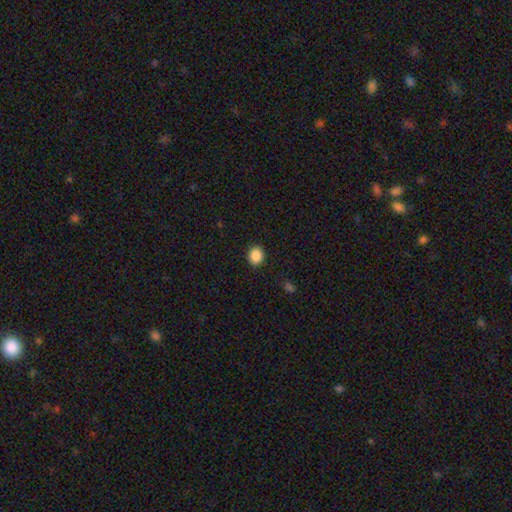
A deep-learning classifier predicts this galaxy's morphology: Overall: smooth (88%). How rounded: round (67%; in between 32%). Merging: none (90%).